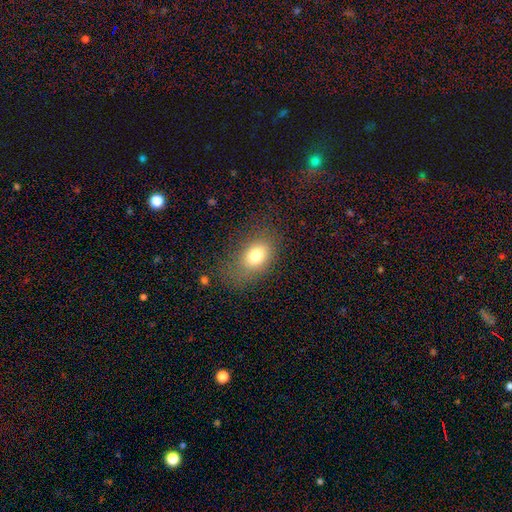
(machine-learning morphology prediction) The model was most divided on "merging": none: 70%, minor disturbance: 18%, major disturbance: 10%, merger: 2%. More confident: how rounded — in between (79%); smooth or featured — smooth (76%).